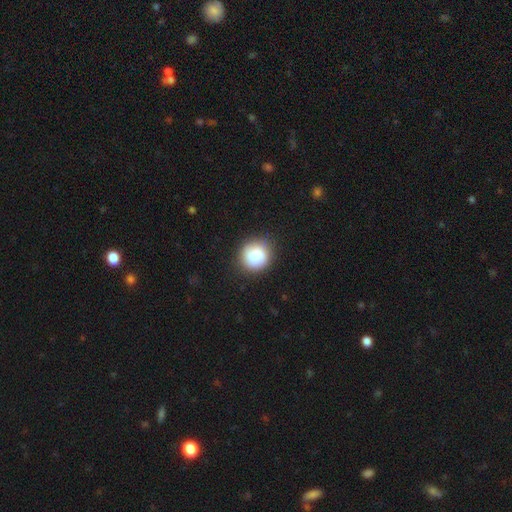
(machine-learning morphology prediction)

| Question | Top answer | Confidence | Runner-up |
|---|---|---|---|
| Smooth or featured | smooth | 86% | star or artifact (9%) |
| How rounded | round | 91% | in between (8%) |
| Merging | none | 84% | minor disturbance (12%) |